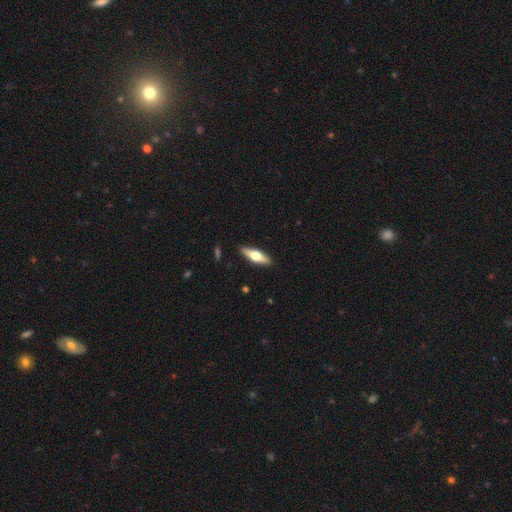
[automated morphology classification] Q: Smooth or featured?
A: featured or disk (48%); runner-up: smooth (46%)
Q: Merging?
A: none (90%); runner-up: minor disturbance (8%)